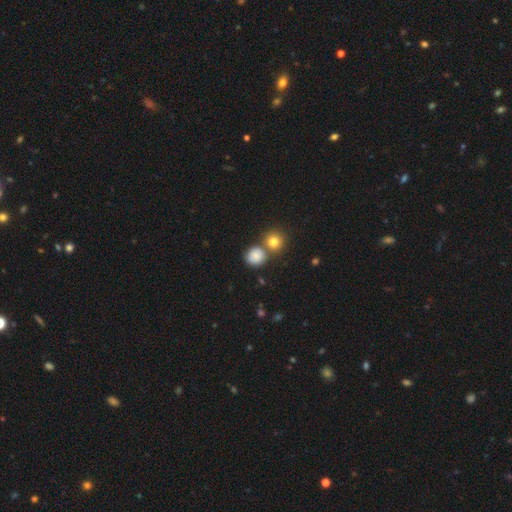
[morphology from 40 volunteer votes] Overall: smooth (80%). How rounded: round (91%). Merging: none (63%; merger 24%).